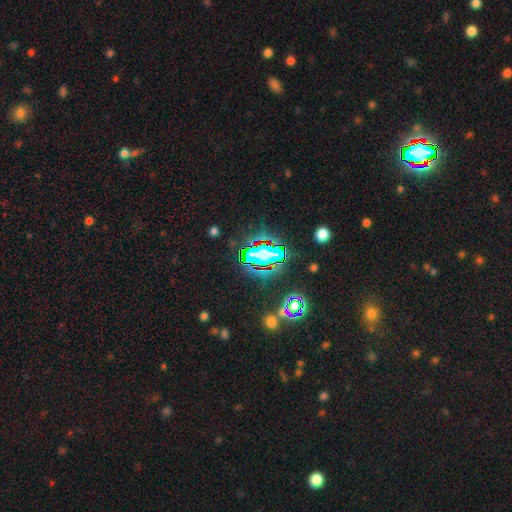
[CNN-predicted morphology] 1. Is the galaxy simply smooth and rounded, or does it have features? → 72% star or artifact, 16% smooth, 12% featured or disk.